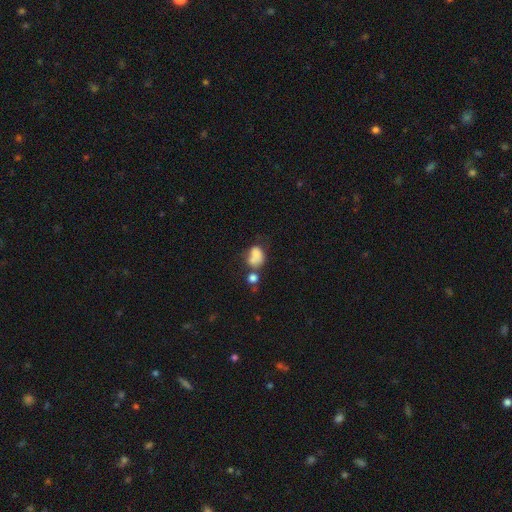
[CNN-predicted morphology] This is likely a smooth galaxy (71%). How rounded: likely in between (65%). Merging: possibly merger (46%).